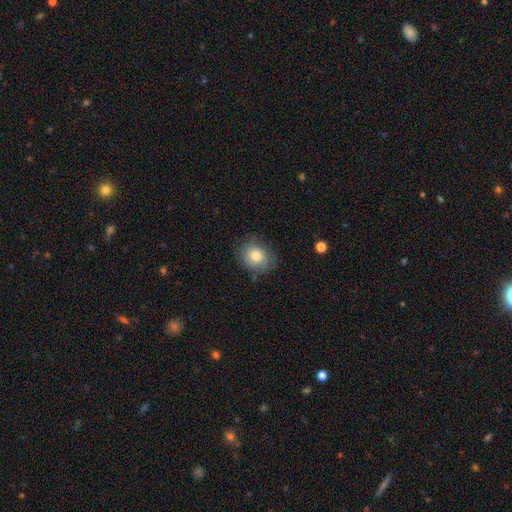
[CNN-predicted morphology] Smooth or featured?
  - smooth: 77% *
  - featured or disk: 15%
  - star or artifact: 8%
How rounded?
  - round: 65% *
  - in between: 34%
  - cigar-shaped: 1%
Merging?
  - none: 75% *
  - minor disturbance: 18%
  - major disturbance: 5%
  - merger: 2%